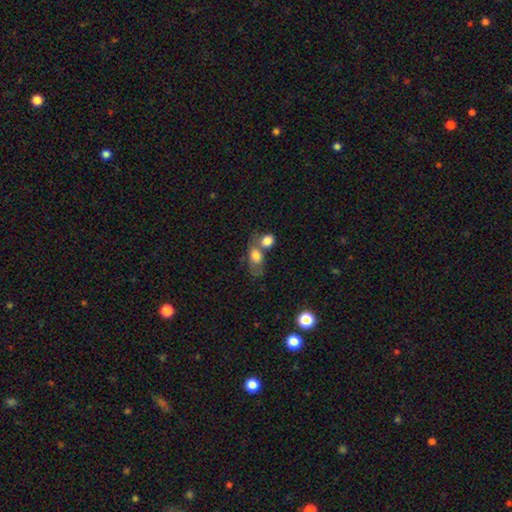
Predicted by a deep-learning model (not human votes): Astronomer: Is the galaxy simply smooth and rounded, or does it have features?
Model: smooth — 75%.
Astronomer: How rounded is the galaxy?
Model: in between — 69%.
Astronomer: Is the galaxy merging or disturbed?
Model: merger — 55%.